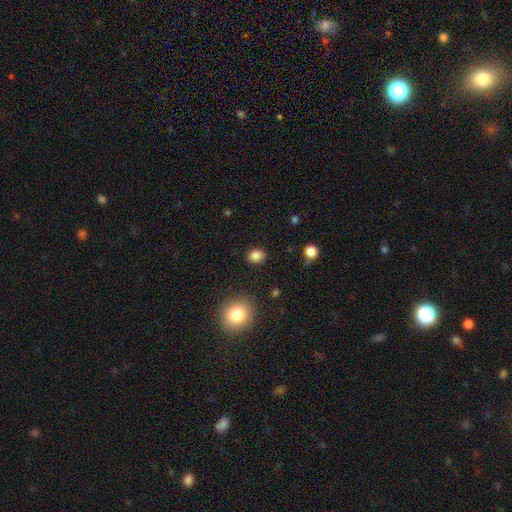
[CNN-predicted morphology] smooth 85%, star or artifact 11%, featured or disk 4%. Down the decision tree: how rounded — round (57%); merging — none (88%).